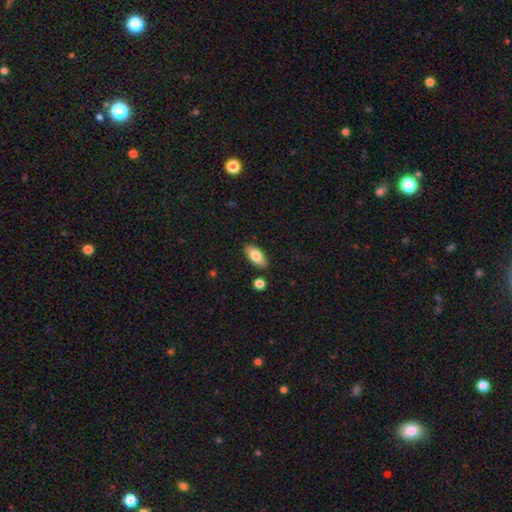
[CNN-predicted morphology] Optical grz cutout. It shows a smooth galaxy with no disk features (79%) that is in between round and cigar-shaped (89%). Merging: none (86%).